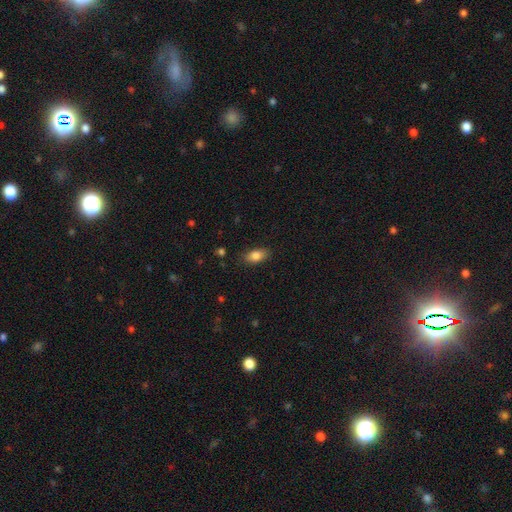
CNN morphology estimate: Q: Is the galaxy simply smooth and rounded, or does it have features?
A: smooth — 84%.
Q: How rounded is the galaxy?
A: in between — 88%.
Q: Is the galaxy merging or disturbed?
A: none — 84%.